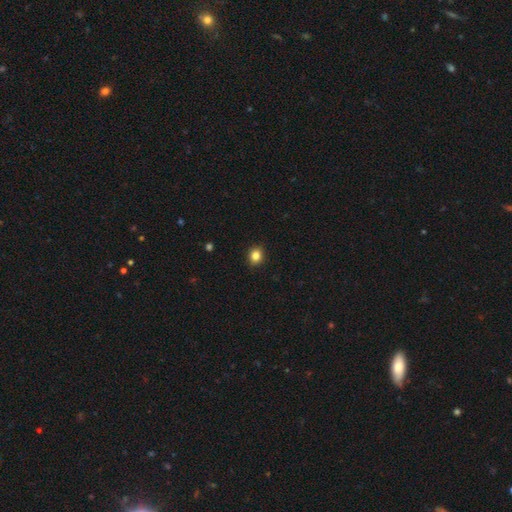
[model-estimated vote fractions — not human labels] smooth 84%, star or artifact 11%, featured or disk 5%. Down the decision tree: how rounded — round (66%); merging — none (91%).